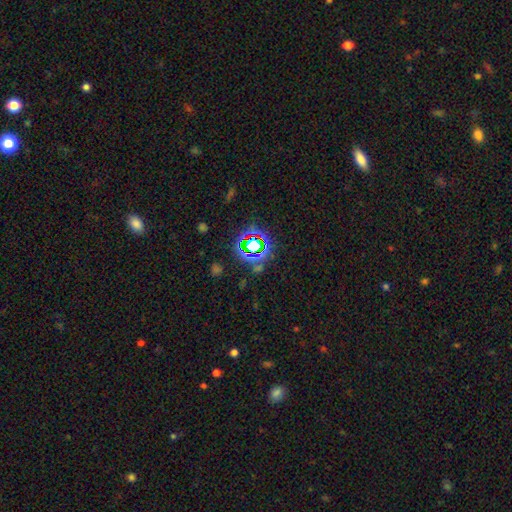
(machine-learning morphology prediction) The model was most divided on "smooth or featured": star or artifact: 75%, smooth: 16%, featured or disk: 10%.